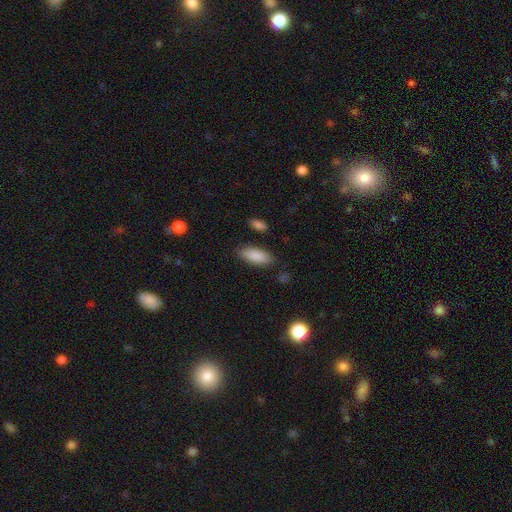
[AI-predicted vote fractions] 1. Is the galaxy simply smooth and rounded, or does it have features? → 88% smooth, 6% star or artifact, 5% featured or disk.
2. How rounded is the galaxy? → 80% in between, 18% cigar-shaped, 2% round.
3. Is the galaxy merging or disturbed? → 85% none, 10% minor disturbance, 3% major disturbance, 2% merger.